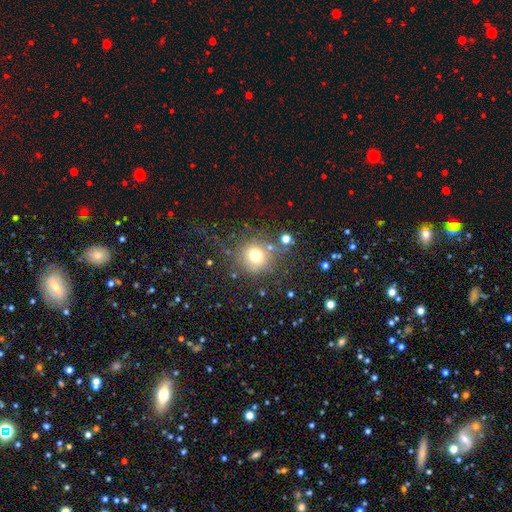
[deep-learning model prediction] This appears to be a smooth galaxy with no disk features (70%) that is round (89%). Merging: none (69%).